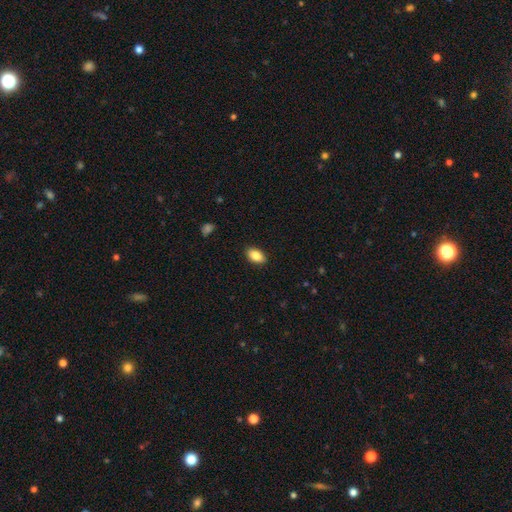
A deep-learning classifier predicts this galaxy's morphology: smooth_or_featured: smooth (p=0.86) [alt: star or artifact p=0.07]
how_rounded: in between (p=0.92) [alt: round p=0.05]
merging: none (p=0.89) [alt: minor disturbance p=0.09]